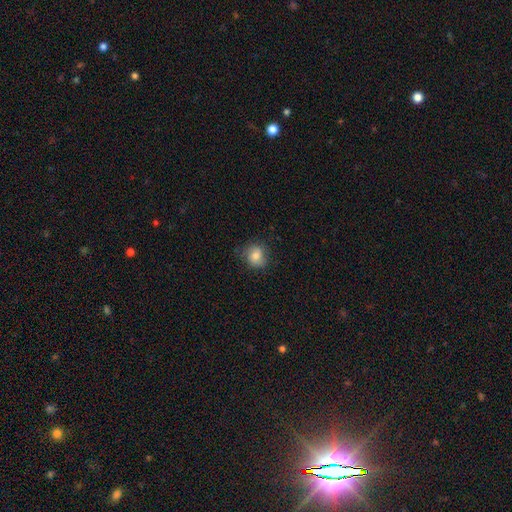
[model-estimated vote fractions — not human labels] A smooth galaxy with no disk features (78%) that is round (78%).

Vote fractions:
- Smooth or featured? smooth: 78% / featured or disk: 13% / star or artifact: 9%
- How rounded? round: 78% / in between: 21% / cigar-shaped: 1%
- Merging? none: 74% / minor disturbance: 19% / major disturbance: 5% / merger: 1%